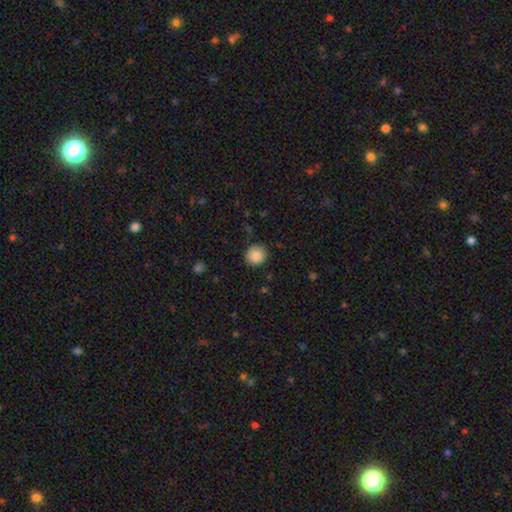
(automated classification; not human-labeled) Q: Smooth or featured?
A: smooth (88%); runner-up: star or artifact (9%)
Q: How rounded?
A: round (90%); runner-up: in between (9%)
Q: Merging?
A: none (86%); runner-up: minor disturbance (10%)